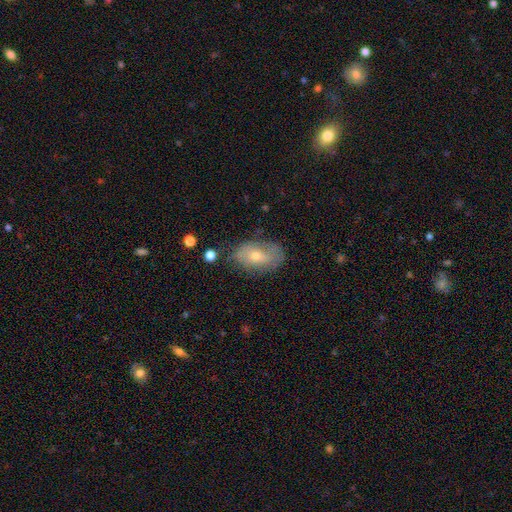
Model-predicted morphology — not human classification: Smooth or featured?
  - smooth: 55% *
  - featured or disk: 35%
  - star or artifact: 10%
How rounded?
  - in between: 89% *
  - round: 8%
  - cigar-shaped: 3%
Merging?
  - none: 69% *
  - minor disturbance: 22%
  - major disturbance: 7%
  - merger: 2%